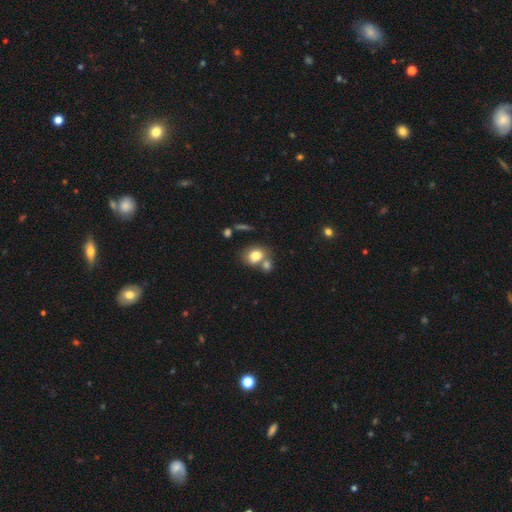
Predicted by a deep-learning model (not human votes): smooth 78%, featured or disk 13%, star or artifact 10%. Down the decision tree: how rounded — round (52%); merging — none (46%).